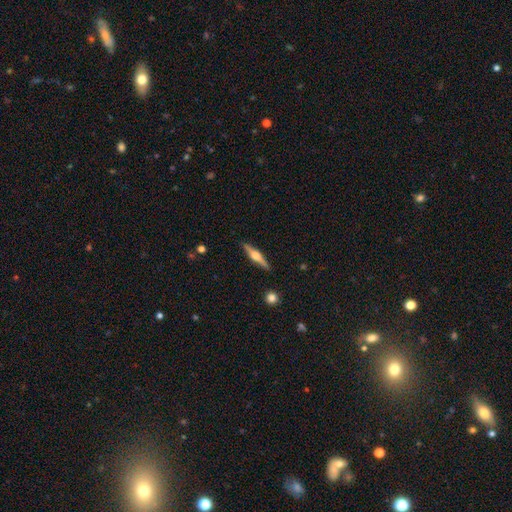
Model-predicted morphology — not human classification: Smooth or featured? featured or disk (70%)
Edge-on disk? yes (98%)
Edge-on bulge? rounded (88%)
Merging? none (89%)